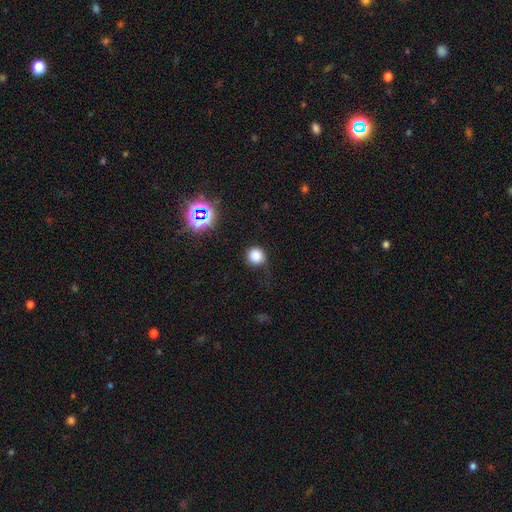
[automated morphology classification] smooth_or_featured: smooth (p=0.80) [alt: star or artifact p=0.14]
how_rounded: round (p=0.92) [alt: in between p=0.07]
merging: none (p=0.70) [alt: minor disturbance p=0.18]